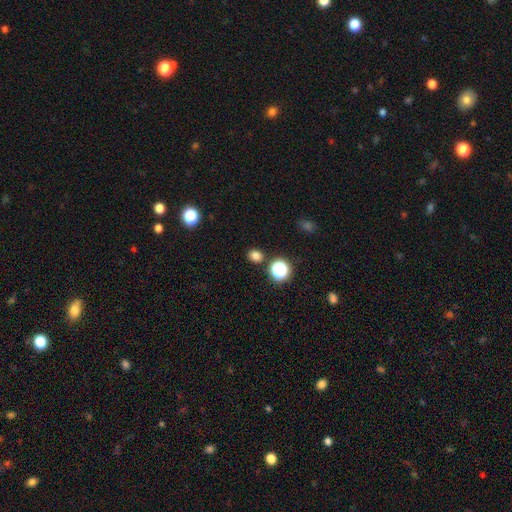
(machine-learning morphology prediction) This appears to be a smooth galaxy with no disk features (77%) that is round (65%). Merging: none (84%).